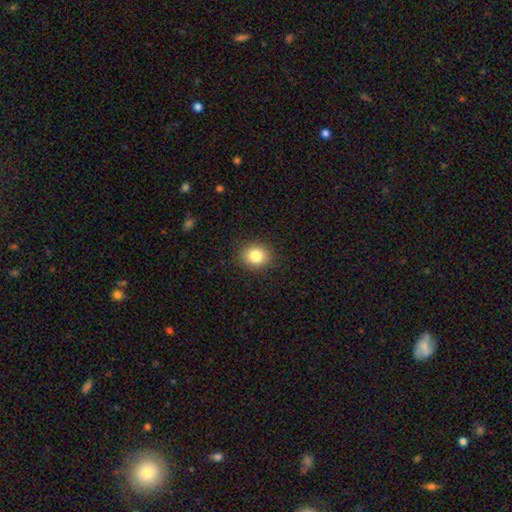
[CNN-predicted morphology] A smooth galaxy with no disk features (82%) that is round (71%). Merging: none (89%).